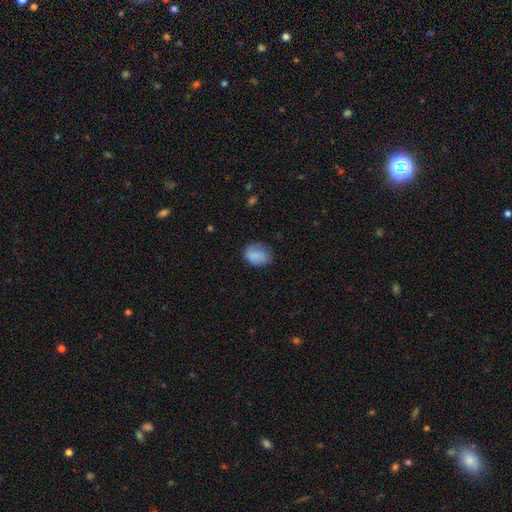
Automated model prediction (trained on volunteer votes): smooth-or-featured: smooth: 80% | featured or disk: 12% | star or artifact: 8%
  how-rounded: in between: 59% | round: 40% | cigar-shaped: 1%
  merging: none: 67% | minor disturbance: 24% | major disturbance: 7% | merger: 1%